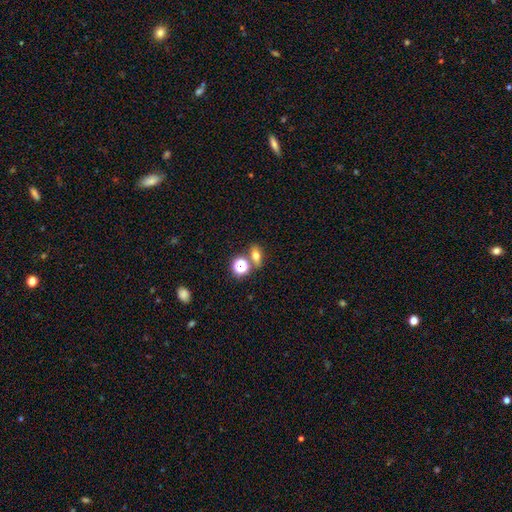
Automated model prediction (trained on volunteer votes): Smooth or featured? Predicted: smooth (p=0.62). How rounded? Predicted: in between (p=0.66). Merging? Predicted: none (p=0.70).